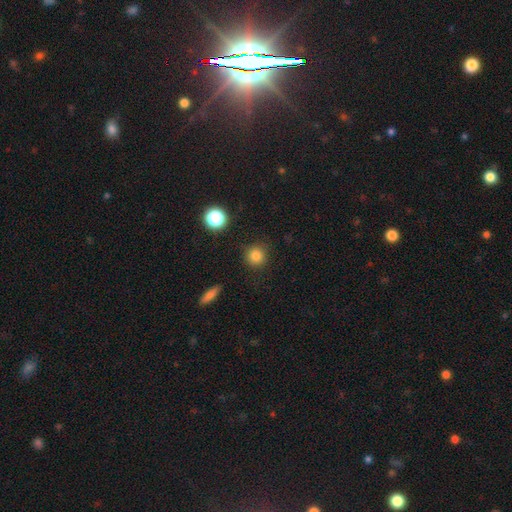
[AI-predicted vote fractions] Overall: smooth (83%). How rounded: round (93%). Merging: none (88%).